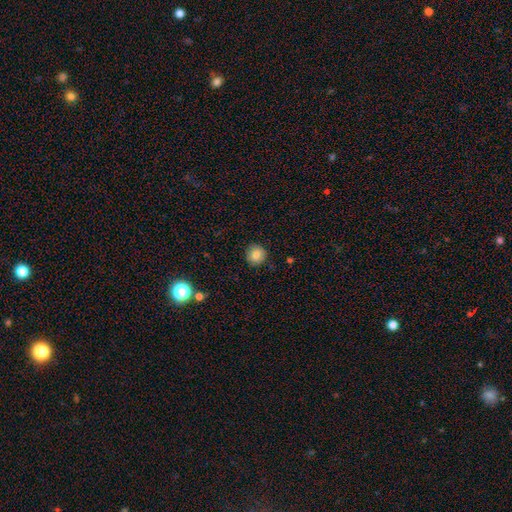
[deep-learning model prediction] A smooth galaxy with no disk features (82%) that is round (94%).

Vote fractions:
- Smooth or featured? smooth: 82% / star or artifact: 10% / featured or disk: 8%
- How rounded? round: 94% / in between: 5% / cigar-shaped: 1%
- Merging? none: 90% / minor disturbance: 7% / major disturbance: 2% / merger: 1%